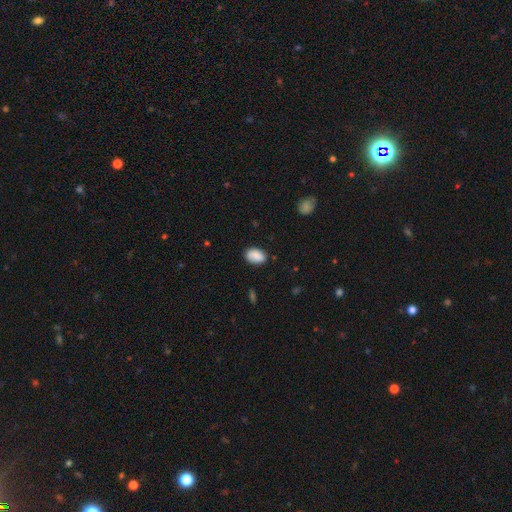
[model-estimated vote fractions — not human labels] Smooth or featured?
  - smooth: 87% *
  - star or artifact: 7%
  - featured or disk: 6%
How rounded?
  - in between: 85% *
  - round: 14%
  - cigar-shaped: 1%
Merging?
  - none: 82% *
  - minor disturbance: 14%
  - major disturbance: 3%
  - merger: 1%